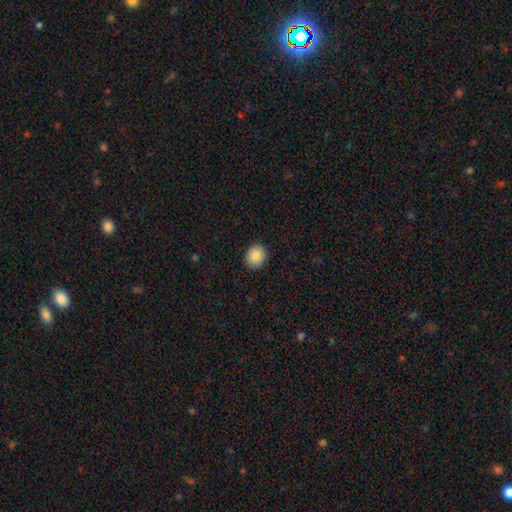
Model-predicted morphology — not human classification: Smooth or featured? Predicted: smooth (p=0.89). How rounded? Predicted: round (p=0.77). Merging? Predicted: none (p=0.91).